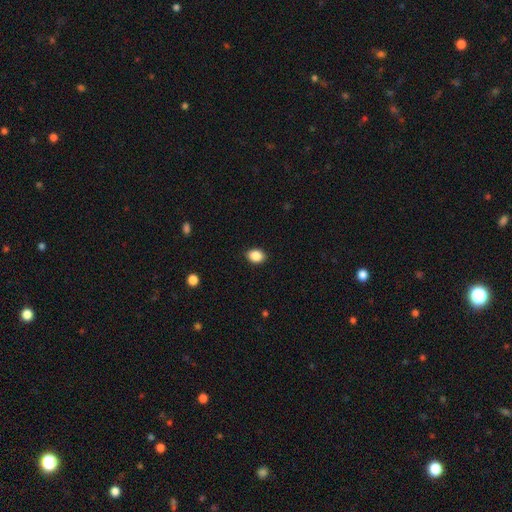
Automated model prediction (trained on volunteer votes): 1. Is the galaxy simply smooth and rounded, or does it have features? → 88% smooth, 9% star or artifact, 3% featured or disk.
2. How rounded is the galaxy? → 65% in between, 34% round, 1% cigar-shaped.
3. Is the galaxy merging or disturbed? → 90% none, 7% minor disturbance, 2% major disturbance, 1% merger.